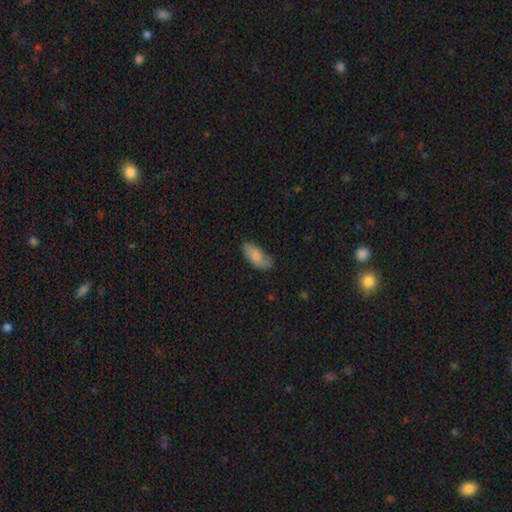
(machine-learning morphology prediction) This appears to be a smooth galaxy with no disk features (80%) that is in between round and cigar-shaped (89%). Merging: none (66%).